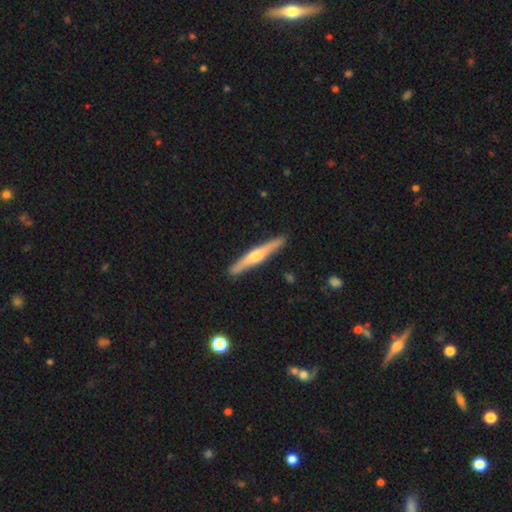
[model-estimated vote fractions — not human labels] This is likely a featured or disk galaxy (65%). It is clearly viewed edge-on (97%). Edge-on bulge: clearly rounded (87%). Merging: clearly none (90%).